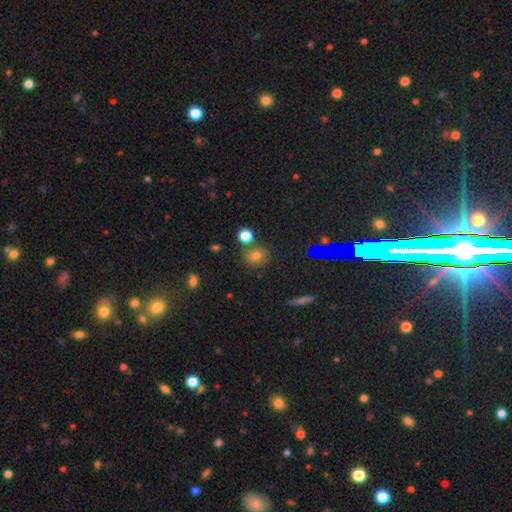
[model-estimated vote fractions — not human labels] This is likely a smooth galaxy (71%). How rounded: likely round (76%). Merging: likely none (75%).